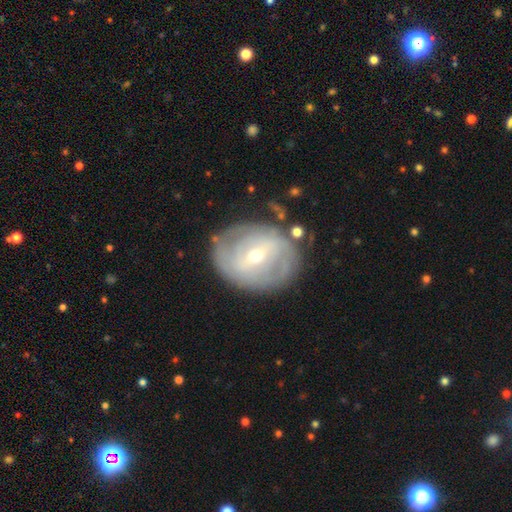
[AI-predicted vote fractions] This is likely a featured or disk galaxy (75%). It is clearly not viewed edge-on (96%). Bar: possibly weak (48%). Spiral arm pattern: likely yes (74%). Spiral arm count: marginally 2 (44%). Spiral winding: possibly tight (57%). Central bulge: possibly small (59%). Merging: likely none (73%).